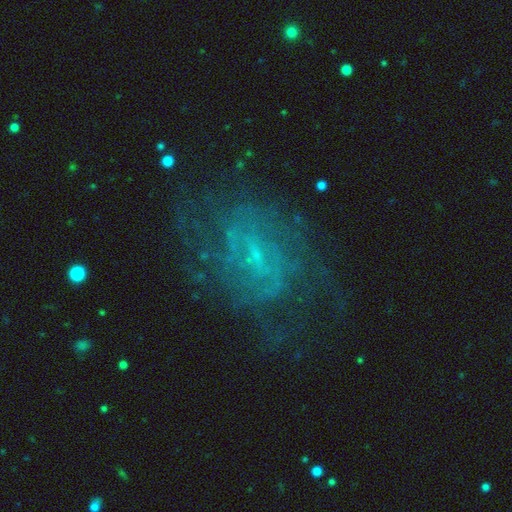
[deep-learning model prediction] Smooth or featured: featured or disk — 70% (star or artifact — 16%)
Edge-on disk: no — 97% (yes — 3%)
Bar: weak — 46% (no — 43%)
Spiral arms: yes — 80% (no — 20%)
Spiral winding: tight — 41% (medium — 38%)
Spiral arm count: can't tell — 52% (2 — 25%)
Bulge size: small — 67% (none — 20%)
Merging: none — 68% (minor disturbance — 16%)